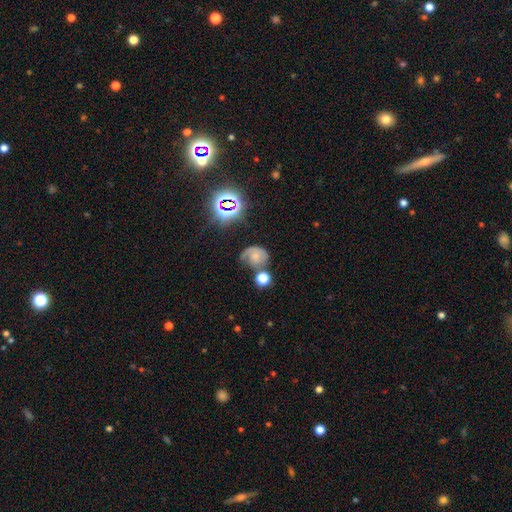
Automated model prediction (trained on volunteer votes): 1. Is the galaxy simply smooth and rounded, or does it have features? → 47% featured or disk, 37% smooth, 16% star or artifact.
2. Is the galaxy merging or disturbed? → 36% none, 25% minor disturbance, 24% major disturbance, 15% merger.